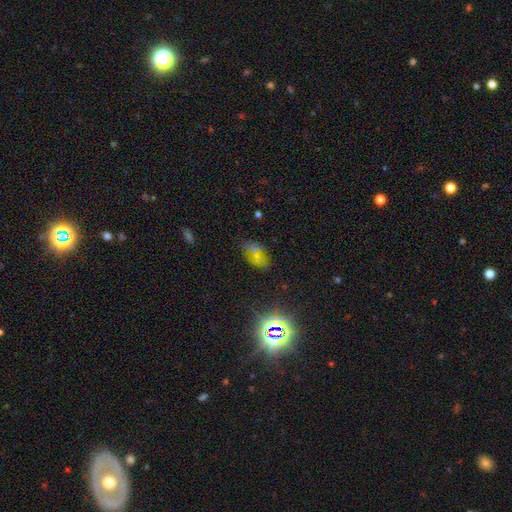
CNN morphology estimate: The model was most divided on "smooth or featured": star or artifact: 42%, smooth: 40%, featured or disk: 17%.